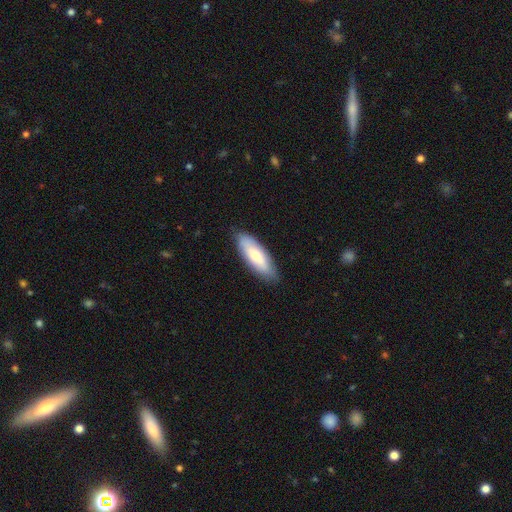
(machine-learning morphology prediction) Smooth or featured?
  - smooth: 65% *
  - featured or disk: 29%
  - star or artifact: 5%
How rounded?
  - in between: 64% *
  - cigar-shaped: 34%
  - round: 2%
Merging?
  - none: 84% *
  - minor disturbance: 12%
  - major disturbance: 2%
  - merger: 1%